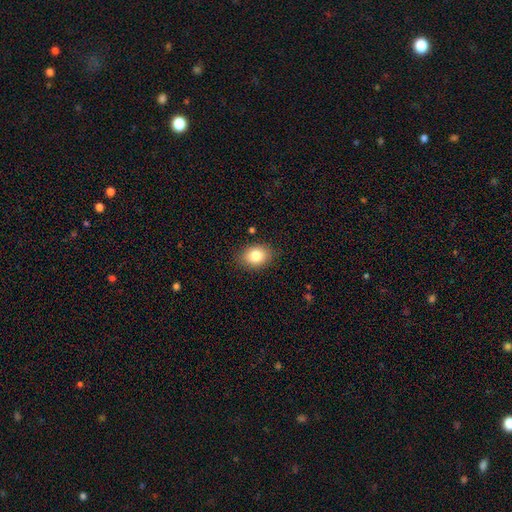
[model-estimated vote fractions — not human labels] smooth 81%, featured or disk 9%, star or artifact 9%. Down the decision tree: how rounded — in between (62%); merging — none (86%).